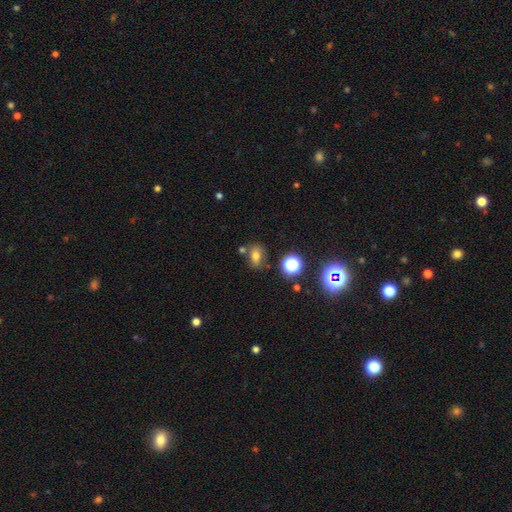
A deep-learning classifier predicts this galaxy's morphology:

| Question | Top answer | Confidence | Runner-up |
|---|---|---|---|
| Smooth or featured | smooth | 66% | star or artifact (20%) |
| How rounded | in between | 68% | round (28%) |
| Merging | none | 69% | minor disturbance (15%) |